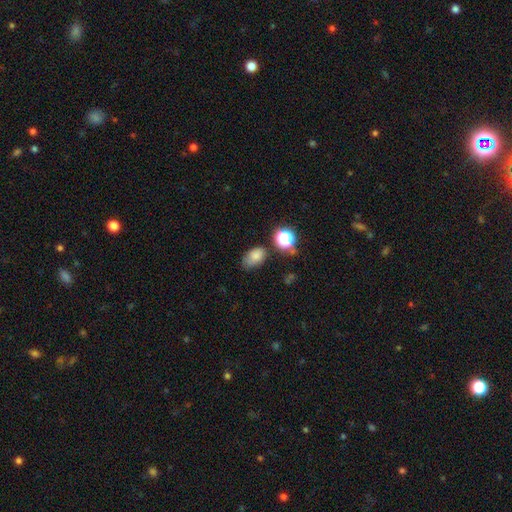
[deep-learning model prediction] Smooth or featured? smooth (76%)
How rounded? in between (82%)
Merging? none (59%)